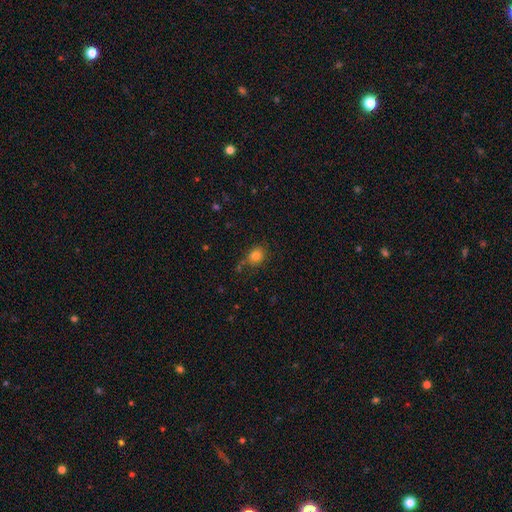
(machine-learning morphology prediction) A smooth galaxy with no disk features (82%) that is round (64%).

Vote fractions:
- Smooth or featured? smooth: 82% / star or artifact: 12% / featured or disk: 7%
- How rounded? round: 64% / in between: 35% / cigar-shaped: 1%
- Merging? none: 73% / minor disturbance: 16% / merger: 6% / major disturbance: 5%